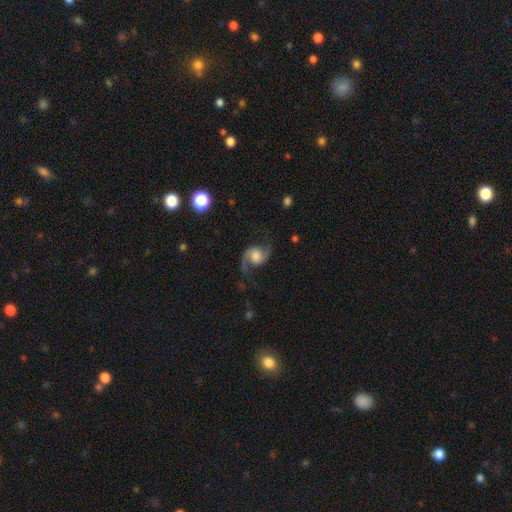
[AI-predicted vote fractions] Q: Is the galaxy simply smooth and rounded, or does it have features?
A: featured or disk — 87%.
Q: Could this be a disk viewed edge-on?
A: no — 98%.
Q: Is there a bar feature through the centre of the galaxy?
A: no — 65%.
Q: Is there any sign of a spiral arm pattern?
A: yes — 97%.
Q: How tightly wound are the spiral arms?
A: loose — 63%.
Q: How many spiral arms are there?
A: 2 — 93%.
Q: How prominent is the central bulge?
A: large — 38%.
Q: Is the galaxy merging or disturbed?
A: none — 76%.